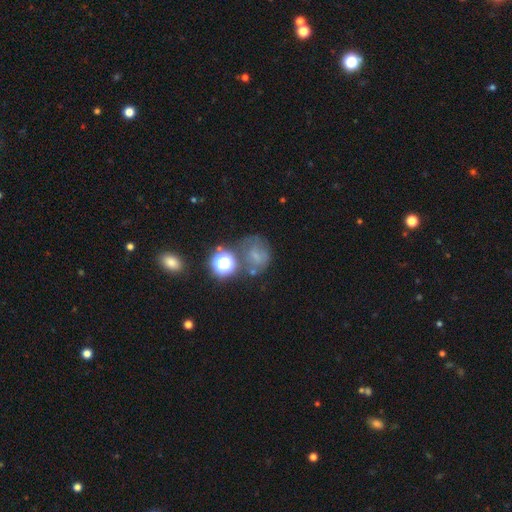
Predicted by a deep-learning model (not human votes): Smooth or featured: smooth — 47% (star or artifact — 27%)
Merging: none — 47% (minor disturbance — 22%)